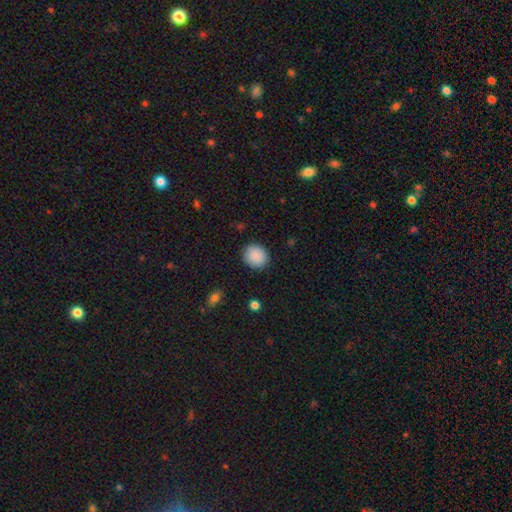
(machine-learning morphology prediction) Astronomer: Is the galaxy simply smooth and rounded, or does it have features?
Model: smooth — 90%.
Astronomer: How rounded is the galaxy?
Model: round — 73%.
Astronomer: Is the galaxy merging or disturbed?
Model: none — 87%.